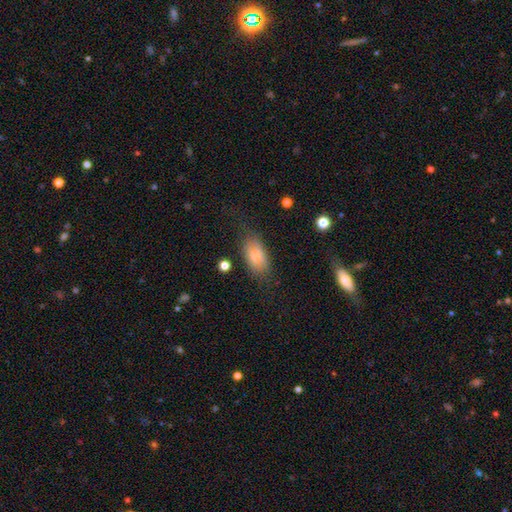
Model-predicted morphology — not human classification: type=smooth (74%); roundness=in between (88%); merging=none (64%).